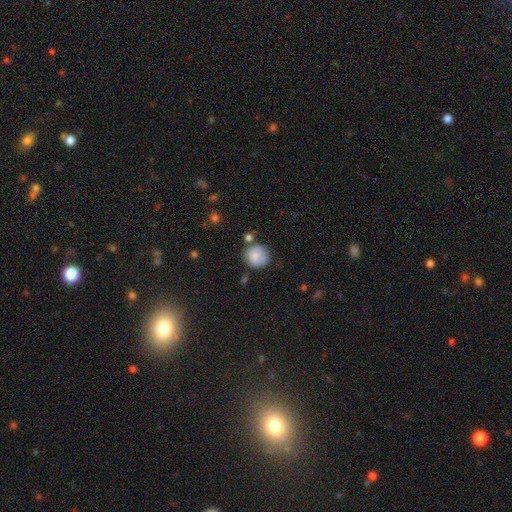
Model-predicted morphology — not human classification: Smooth or featured? smooth (80%)
How rounded? round (86%)
Merging? none (65%)